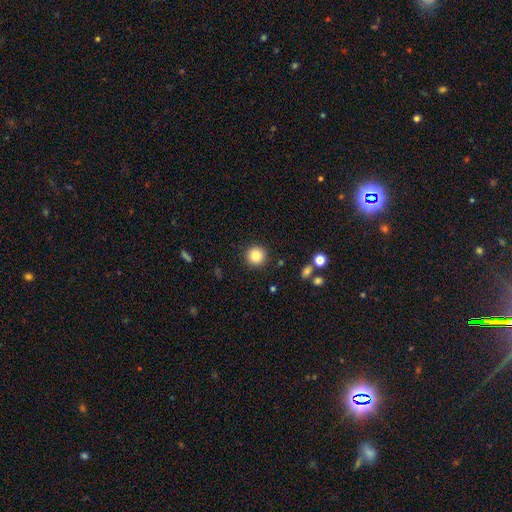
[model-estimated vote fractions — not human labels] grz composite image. It shows a smooth galaxy with no disk features (85%) that is round (95%). Merging: none (91%).